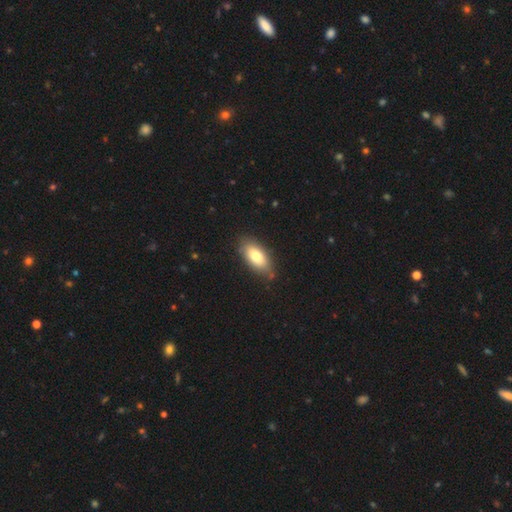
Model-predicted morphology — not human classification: This is likely a smooth galaxy (78%). How rounded: clearly in between (89%). Merging: clearly none (80%).